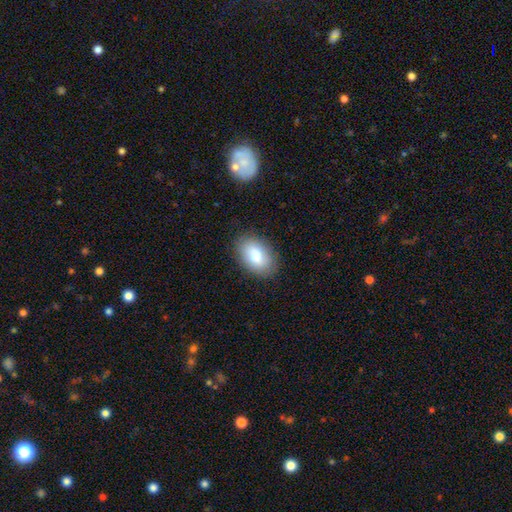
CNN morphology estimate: Overall: smooth (81%). How rounded: in between (90%). Merging: none (86%).